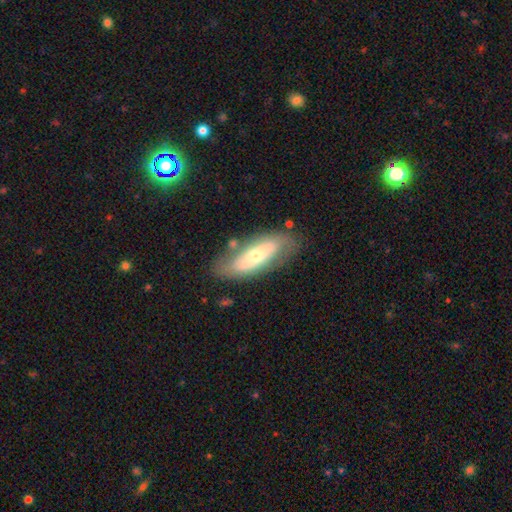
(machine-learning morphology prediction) featured or disk 53%, smooth 41%, star or artifact 6%. Down the decision tree: edge-on disk — no (79%); merging — none (72%).